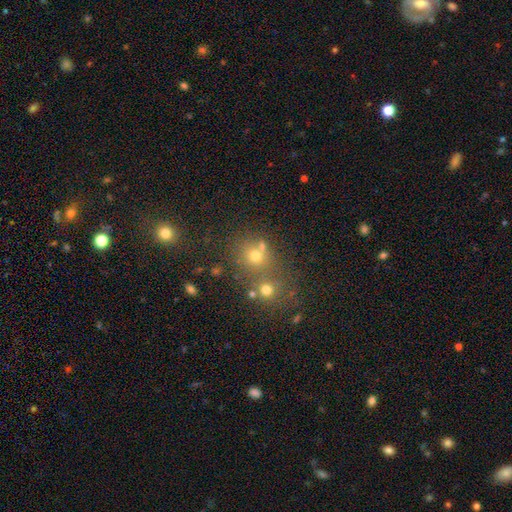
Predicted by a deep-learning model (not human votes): Smooth or featured: smooth — 62% (star or artifact — 24%)
How rounded: round — 79% (in between — 20%)
Merging: none — 55% (merger — 31%)